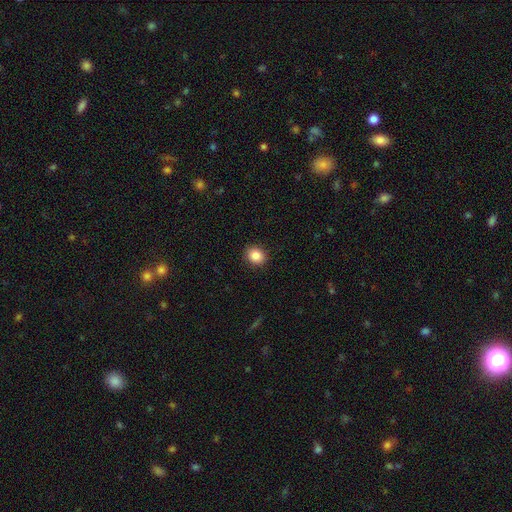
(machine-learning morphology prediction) Smooth or featured: smooth — 86% (star or artifact — 9%)
How rounded: round — 69% (in between — 30%)
Merging: none — 90% (minor disturbance — 7%)